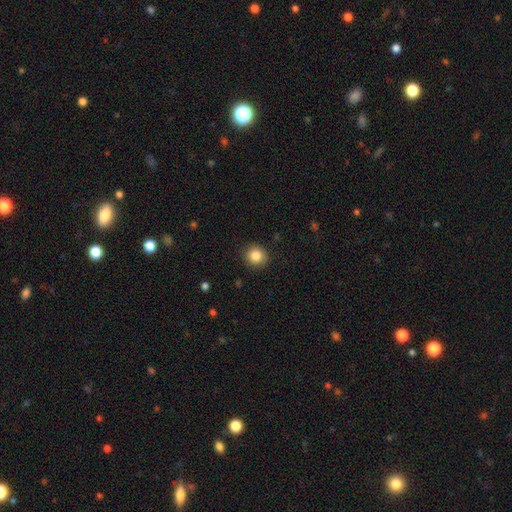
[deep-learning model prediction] smooth_or_featured: smooth (p=0.85) [alt: star or artifact p=0.10]
how_rounded: round (p=0.89) [alt: in between p=0.10]
merging: none (p=0.90) [alt: minor disturbance p=0.07]